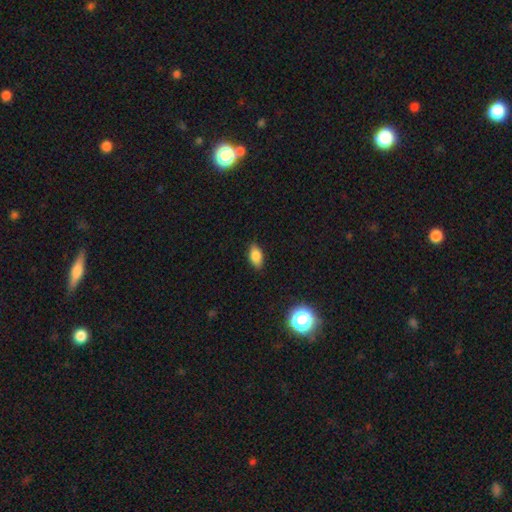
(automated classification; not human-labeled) smooth 81%, featured or disk 10%, star or artifact 9%. Down the decision tree: how rounded — in between (89%); merging — none (85%).